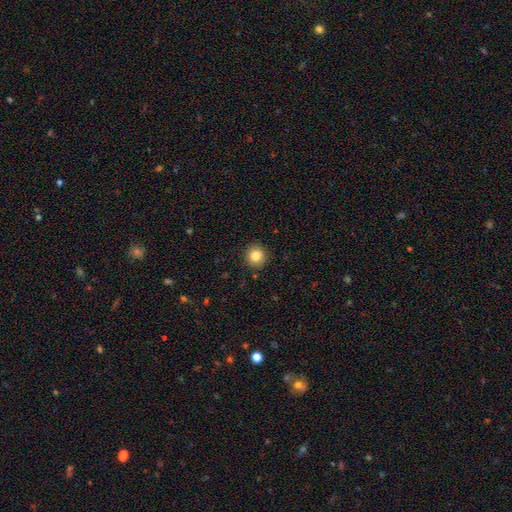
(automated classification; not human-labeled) smooth-or-featured: smooth: 84% | star or artifact: 10% | featured or disk: 6%
  how-rounded: round: 94% | in between: 5% | cigar-shaped: 1%
  merging: none: 91% | minor disturbance: 6% | major disturbance: 2% | merger: 1%